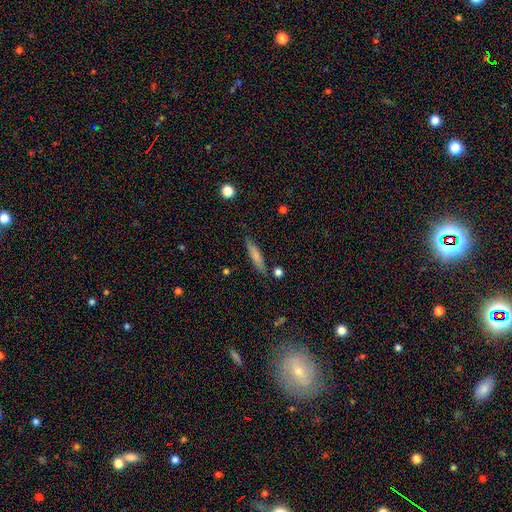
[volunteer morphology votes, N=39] Smooth or featured: featured or disk — 49% (smooth — 46%)
Edge-on disk: yes — 95% (no — 5%)
Edge-on bulge: none — 56% (rounded — 28%)
Merging: none — 84% (minor disturbance — 11%)